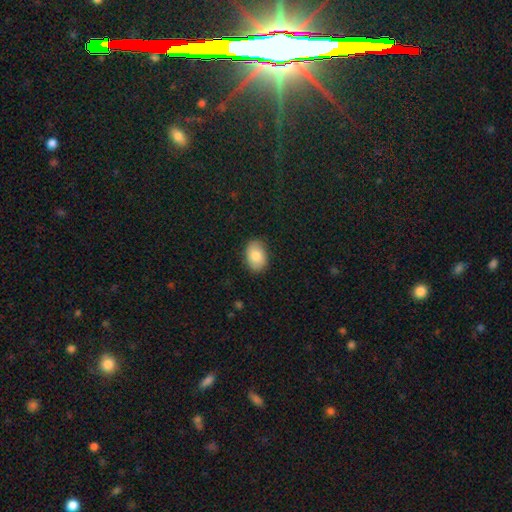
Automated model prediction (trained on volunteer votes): A smooth galaxy with no disk features (82%) that is in between round and cigar-shaped (84%). Merging: none (85%).